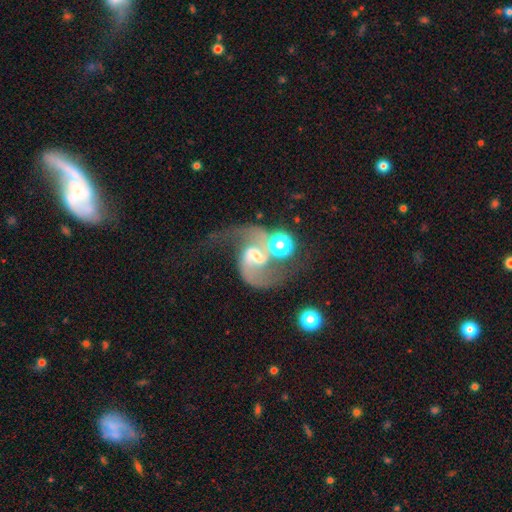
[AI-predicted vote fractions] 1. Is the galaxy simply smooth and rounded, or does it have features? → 85% featured or disk, 8% star or artifact, 7% smooth.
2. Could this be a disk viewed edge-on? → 98% no, 2% yes.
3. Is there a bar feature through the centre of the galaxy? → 47% weak, 28% strong, 25% no.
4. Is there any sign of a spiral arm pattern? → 95% yes, 5% no.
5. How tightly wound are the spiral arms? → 66% loose, 29% medium, 5% tight.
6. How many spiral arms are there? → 87% 2, 7% 1, 3% can't tell, 1% 3, 1% 4, 1% more than 4.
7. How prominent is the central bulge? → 43% moderate, 33% small, 11% none, 11% large, 3% dominant.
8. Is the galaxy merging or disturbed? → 35% none (tied), 35% merger (tied), 19% major disturbance, 12% minor disturbance.